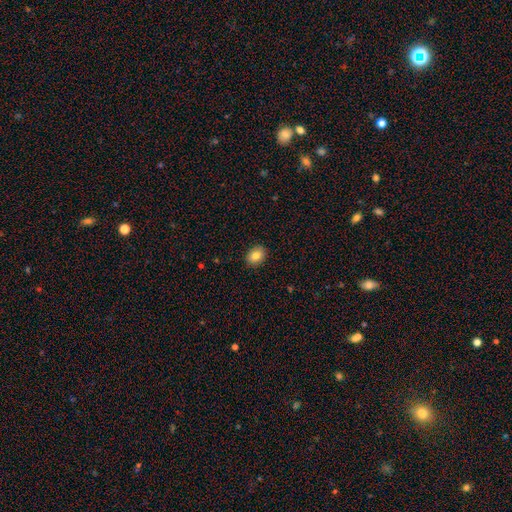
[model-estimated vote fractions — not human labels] Morphology: type=smooth (84%); roundness=in between (58%); merging=none (90%).